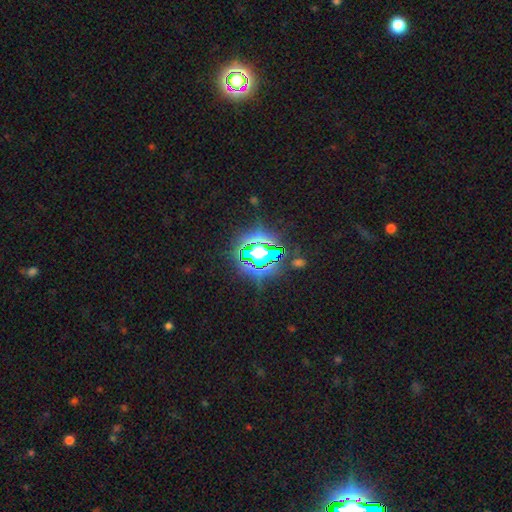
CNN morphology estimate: smooth-or-featured: star or artifact: 73% | smooth: 16% | featured or disk: 11%